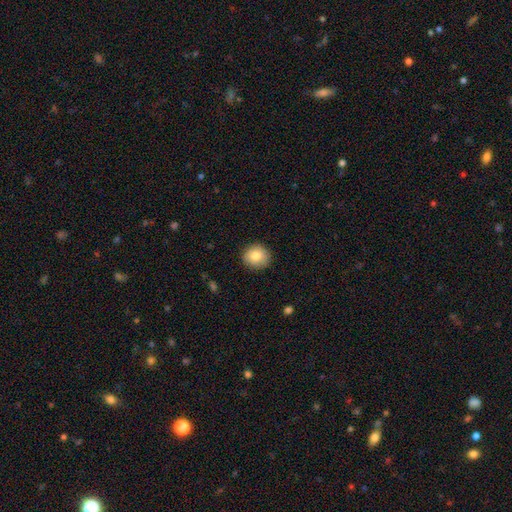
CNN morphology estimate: smooth 83%, star or artifact 8%, featured or disk 8%. Down the decision tree: how rounded — round (88%); merging — none (89%).